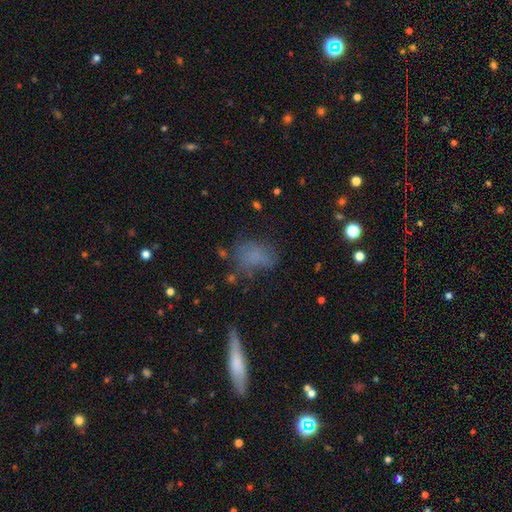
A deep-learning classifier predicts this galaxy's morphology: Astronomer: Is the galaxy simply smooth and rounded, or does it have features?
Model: smooth — 67%.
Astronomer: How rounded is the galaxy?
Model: in between — 73%.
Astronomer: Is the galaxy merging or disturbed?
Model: none — 51%.